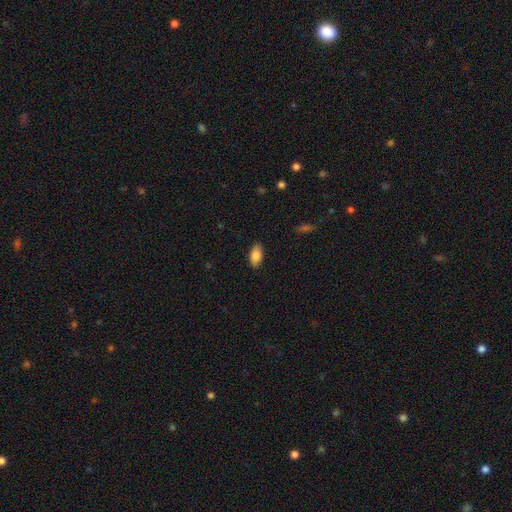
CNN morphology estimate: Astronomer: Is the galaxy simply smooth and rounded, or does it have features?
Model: smooth — 85%.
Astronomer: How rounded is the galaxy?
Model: in between — 93%.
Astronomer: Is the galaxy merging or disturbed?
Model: none — 87%.